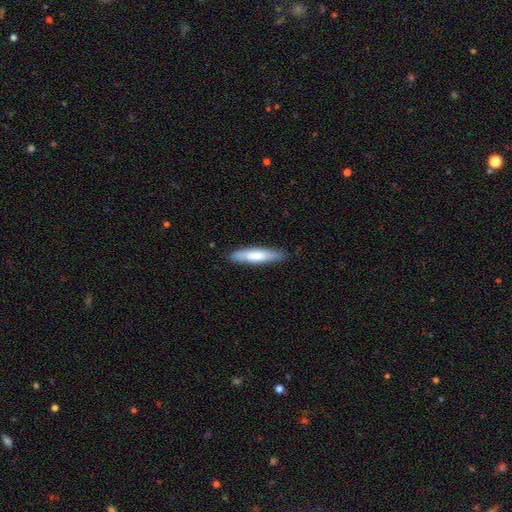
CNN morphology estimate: type=smooth (71%); roundness=cigar-shaped (82%); merging=none (83%).